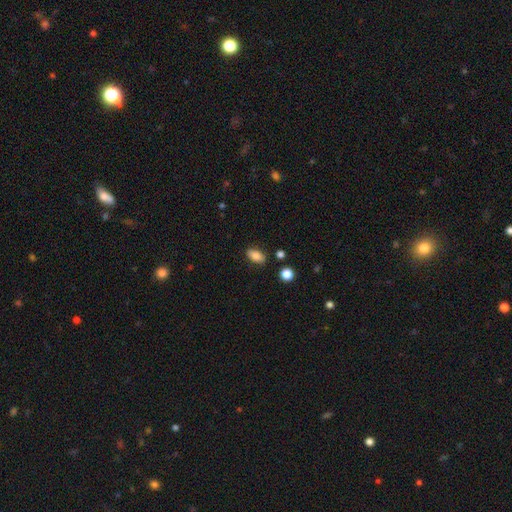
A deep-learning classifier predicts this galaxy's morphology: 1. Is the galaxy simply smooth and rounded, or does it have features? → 80% smooth, 12% featured or disk, 9% star or artifact.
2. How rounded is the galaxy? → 88% in between, 6% cigar-shaped, 6% round.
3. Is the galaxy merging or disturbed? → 85% none, 10% minor disturbance, 3% merger, 2% major disturbance.